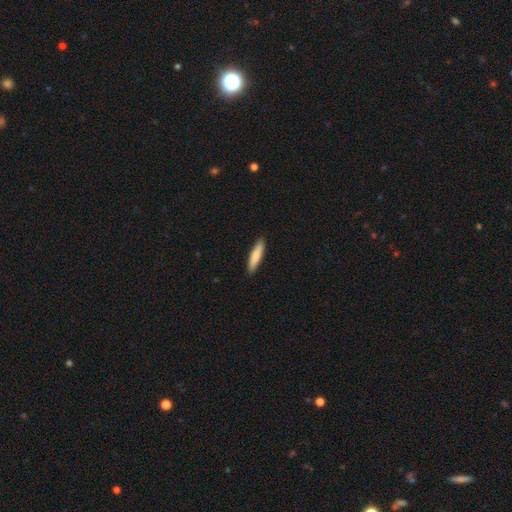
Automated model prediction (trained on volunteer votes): The model was most divided on "smooth or featured": smooth: 80%, featured or disk: 15%, star or artifact: 5%. More confident: merging — none (90%); how rounded — cigar-shaped (83%).